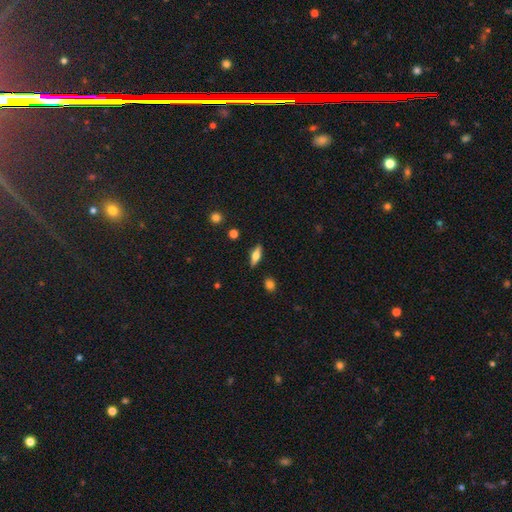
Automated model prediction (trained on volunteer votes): A smooth galaxy with no disk features (50%) that is in between round and cigar-shaped (56%). Merging: none (87%).